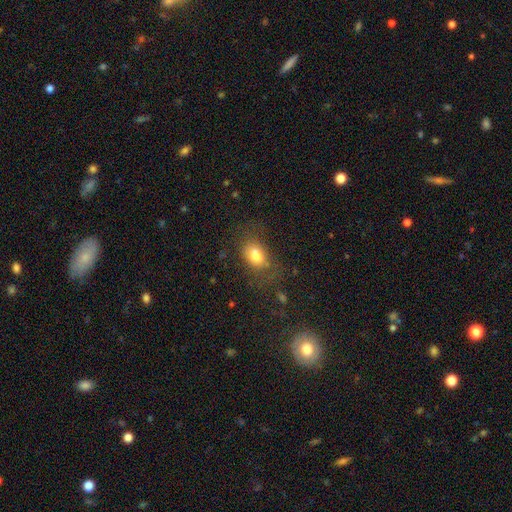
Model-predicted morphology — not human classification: This is likely a smooth galaxy (76%). How rounded: likely in between (78%). Merging: likely none (62%).